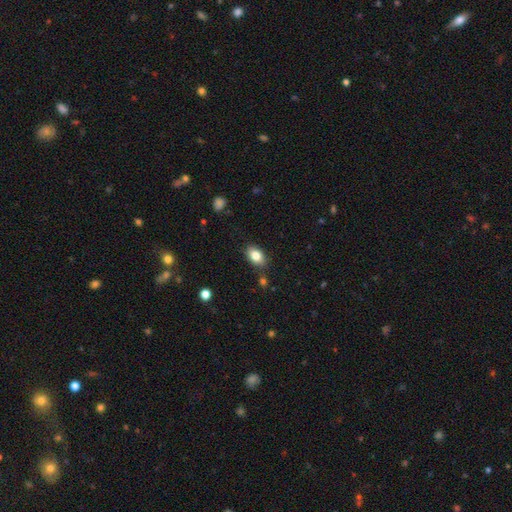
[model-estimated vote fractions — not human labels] smooth 83%, star or artifact 8%, featured or disk 8%. Down the decision tree: how rounded — in between (87%); merging — none (83%).